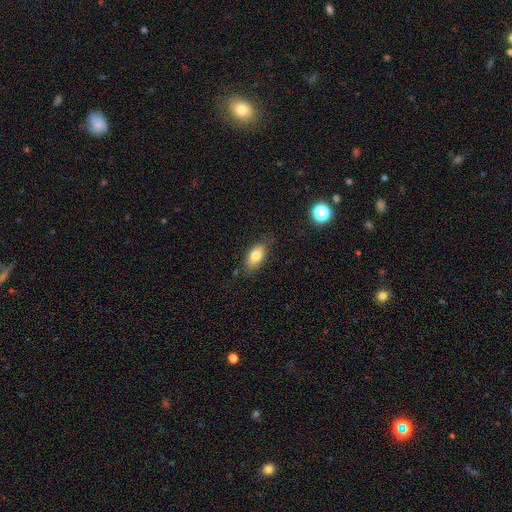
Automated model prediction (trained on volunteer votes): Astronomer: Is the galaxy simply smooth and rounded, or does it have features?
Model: smooth — 78%.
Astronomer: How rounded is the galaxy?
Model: in between — 87%.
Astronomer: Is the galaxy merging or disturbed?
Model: none — 77%.